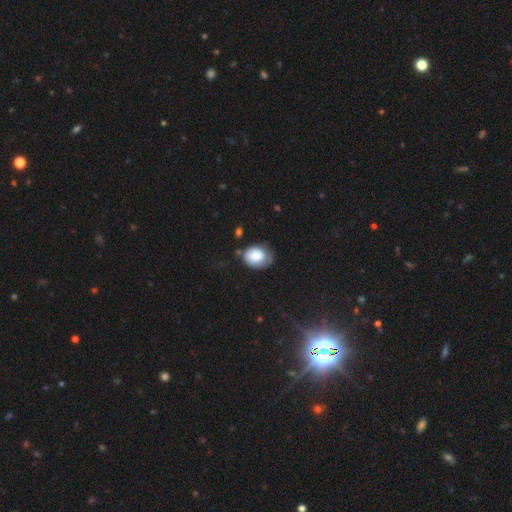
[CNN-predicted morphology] A smooth galaxy with no disk features (82%) that is in between round and cigar-shaped (55%).

Vote fractions:
- Smooth or featured? smooth: 82% / featured or disk: 10% / star or artifact: 8%
- How rounded? in between: 55% / round: 44% / cigar-shaped: 1%
- Merging? none: 47% / minor disturbance: 36% / major disturbance: 13% / merger: 5%